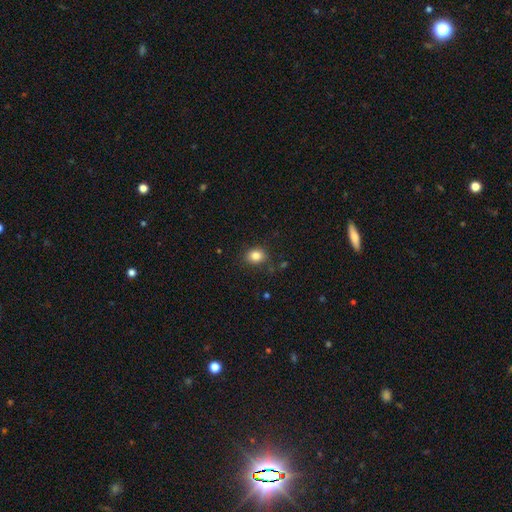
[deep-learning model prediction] Smooth or featured? smooth (84%)
How rounded? round (51%)
Merging? none (83%)